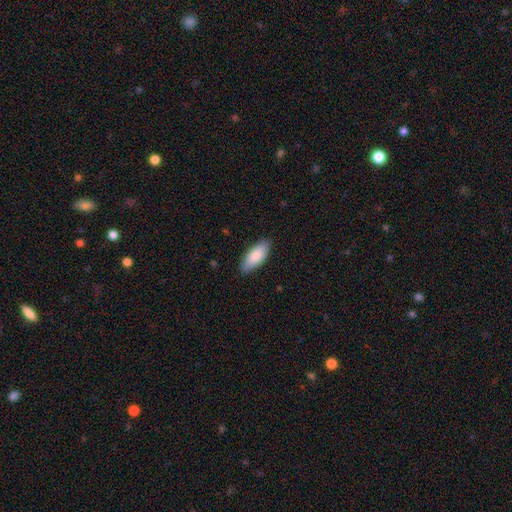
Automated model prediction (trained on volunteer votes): This appears to be a smooth galaxy with no disk features (85%) that is in between round and cigar-shaped (83%). Merging: none (87%).